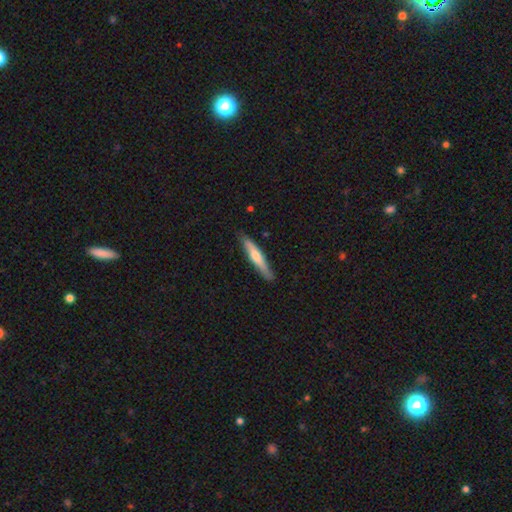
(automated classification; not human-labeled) A smooth galaxy with no disk features (50%) that is cigar-shaped (92%).

Vote fractions:
- Smooth or featured? smooth: 50% / featured or disk: 44% / star or artifact: 5%
- How rounded? cigar-shaped: 92% / in between: 7% / round: 1%
- Merging? none: 87% / minor disturbance: 10% / major disturbance: 2% / merger: 1%